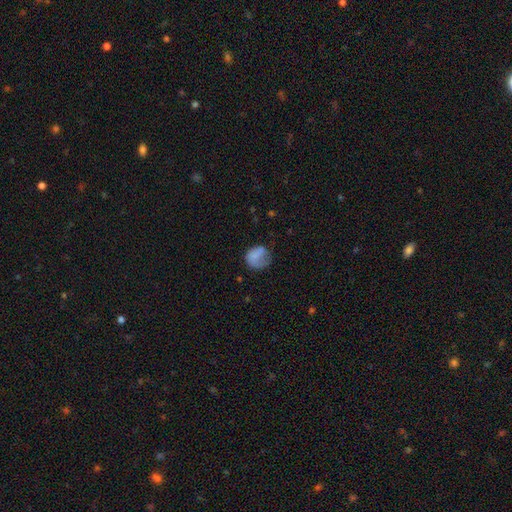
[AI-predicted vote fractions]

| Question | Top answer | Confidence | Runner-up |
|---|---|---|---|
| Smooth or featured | smooth | 69% | featured or disk (22%) |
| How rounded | round | 66% | in between (33%) |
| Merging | none | 37% | major disturbance (34%) |